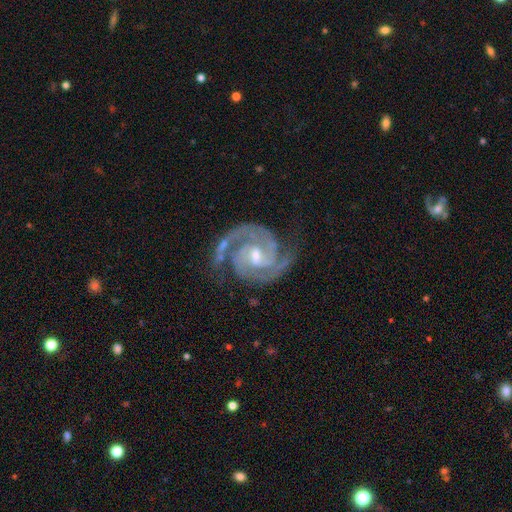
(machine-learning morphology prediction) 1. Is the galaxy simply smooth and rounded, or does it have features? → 94% featured or disk, 4% star or artifact, 2% smooth.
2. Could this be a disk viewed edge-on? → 98% no, 2% yes.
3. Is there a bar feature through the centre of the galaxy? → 47% weak, 34% no, 18% strong.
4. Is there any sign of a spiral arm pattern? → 99% yes, 1% no.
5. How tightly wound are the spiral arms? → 57% tight, 39% medium, 4% loose.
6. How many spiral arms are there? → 79% 2, 13% 3, 3% can't tell, 2% 4, 2% 1, 2% more than 4.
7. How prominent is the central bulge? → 54% moderate, 40% small, 2% large, 2% none, 1% dominant.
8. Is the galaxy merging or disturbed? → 75% none, 17% minor disturbance, 6% major disturbance, 3% merger.